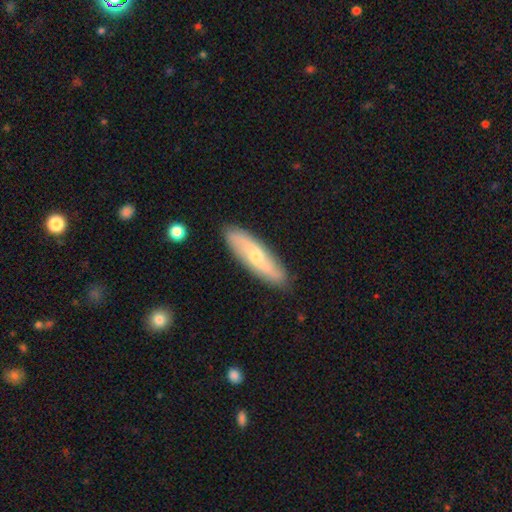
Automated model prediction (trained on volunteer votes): Overall: featured or disk (59%; smooth 35%). Edge-on disk: no (75%). Merging: none (87%).